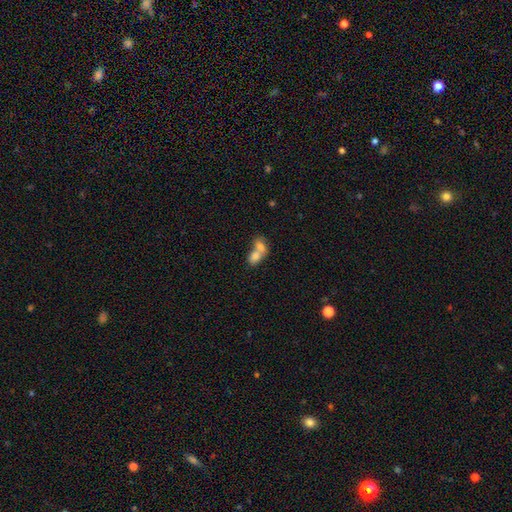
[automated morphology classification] Smooth or featured: smooth — 75% (featured or disk — 16%)
How rounded: in between — 75% (round — 23%)
Merging: merger — 77% (none — 15%)